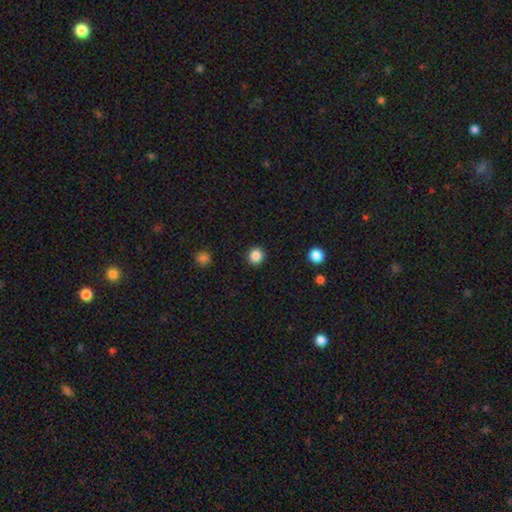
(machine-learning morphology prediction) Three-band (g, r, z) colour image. It shows a smooth galaxy with no disk features (86%) that is round (91%). Merging: none (92%).